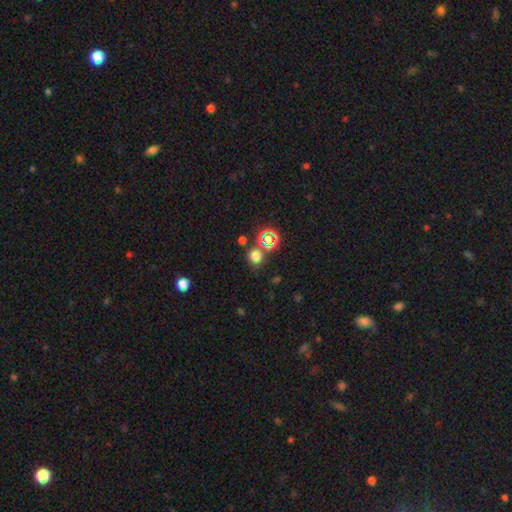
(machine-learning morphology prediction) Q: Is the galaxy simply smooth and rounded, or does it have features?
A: smooth — 69%.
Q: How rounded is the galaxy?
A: round — 84%.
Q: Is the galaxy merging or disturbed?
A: none — 75%.